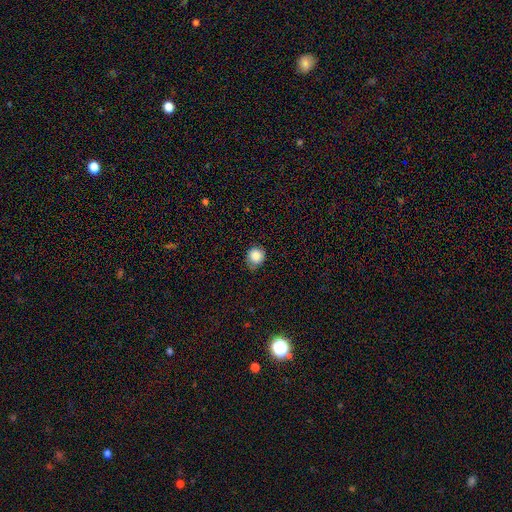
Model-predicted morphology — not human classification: smooth-or-featured: smooth: 86% | star or artifact: 9% | featured or disk: 5%
  how-rounded: round: 83% | in between: 16% | cigar-shaped: 1%
  merging: none: 69% | minor disturbance: 25% | major disturbance: 4% | merger: 1%